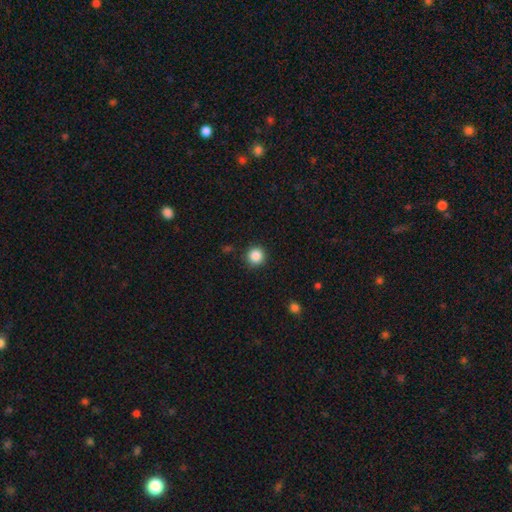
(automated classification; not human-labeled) Smooth or featured: smooth — 87% (star or artifact — 10%)
How rounded: round — 95% (in between — 4%)
Merging: none — 90% (minor disturbance — 6%)